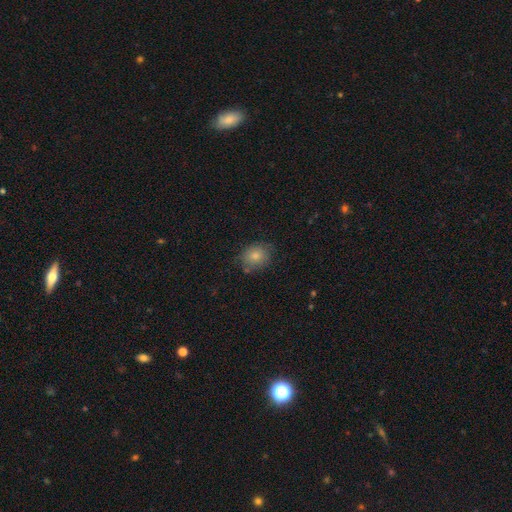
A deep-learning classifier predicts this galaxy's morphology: Smooth or featured? Predicted: smooth (p=0.77). How rounded? Predicted: round (p=0.60). Merging? Predicted: none (p=0.79).